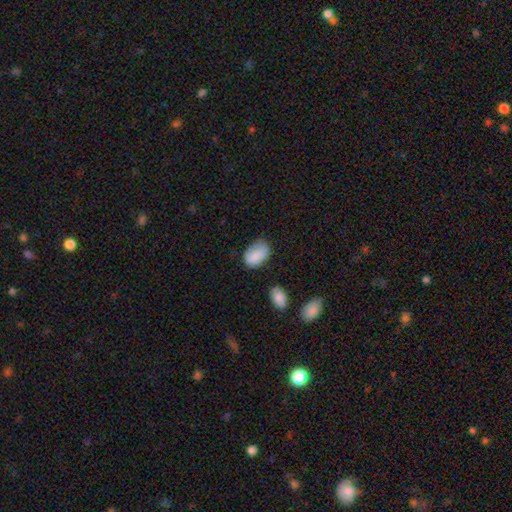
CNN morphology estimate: Overall: smooth (83%). How rounded: in between (88%). Merging: none (62%; minor disturbance 28%).